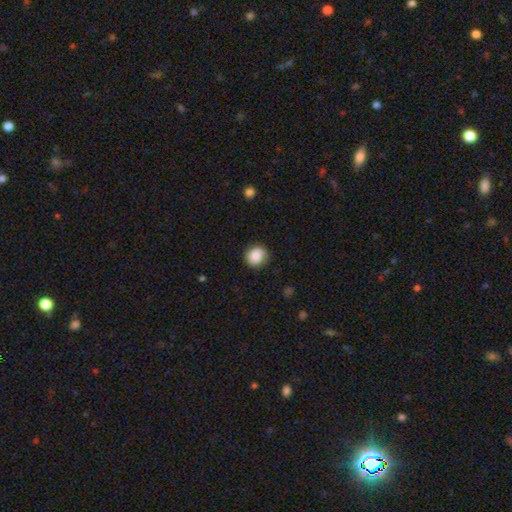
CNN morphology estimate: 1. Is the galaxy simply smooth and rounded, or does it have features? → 86% smooth, 8% star or artifact, 6% featured or disk.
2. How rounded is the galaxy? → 85% round, 14% in between, 1% cigar-shaped.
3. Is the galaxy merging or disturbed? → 82% none, 14% minor disturbance, 3% major disturbance, 1% merger.